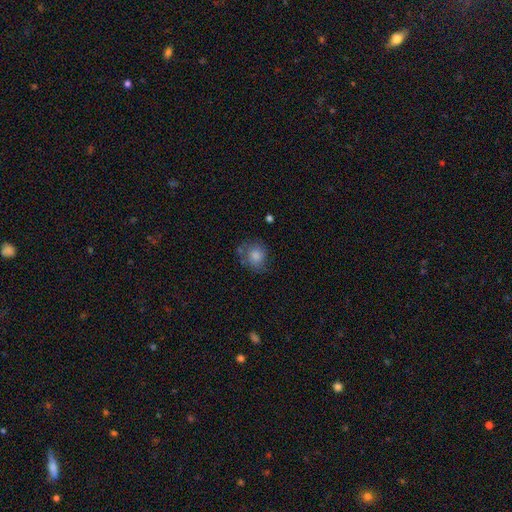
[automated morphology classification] Smooth or featured?
  - smooth: 73% *
  - featured or disk: 18%
  - star or artifact: 9%
How rounded?
  - round: 73% *
  - in between: 26%
  - cigar-shaped: 1%
Merging?
  - none: 58% *
  - minor disturbance: 25%
  - major disturbance: 11%
  - merger: 5%